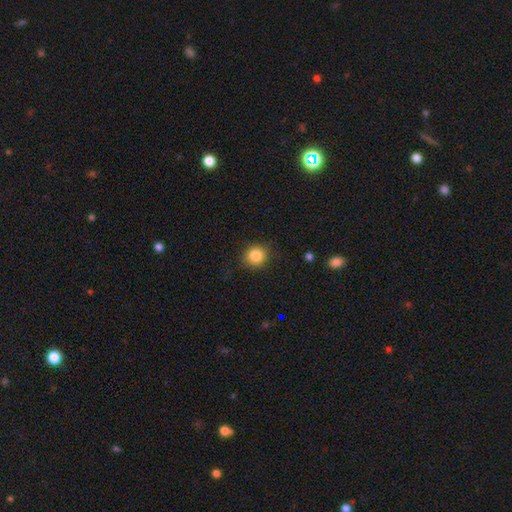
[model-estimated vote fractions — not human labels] This appears to be a smooth galaxy with no disk features (85%) that is round (86%). Merging: none (85%).